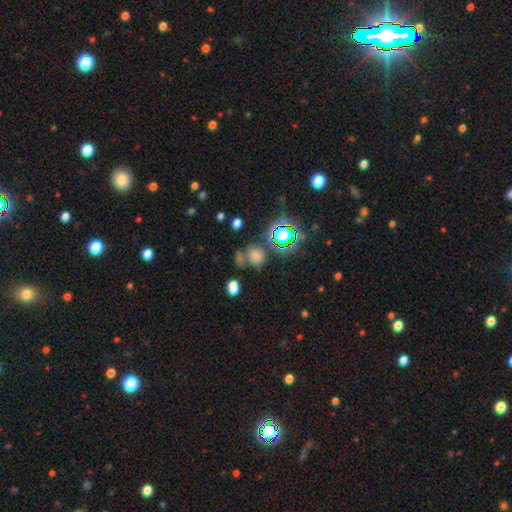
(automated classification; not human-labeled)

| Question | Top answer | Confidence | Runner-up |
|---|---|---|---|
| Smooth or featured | smooth | 59% | star or artifact (29%) |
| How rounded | round | 73% | in between (26%) |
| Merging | none | 56% | merger (21%) |